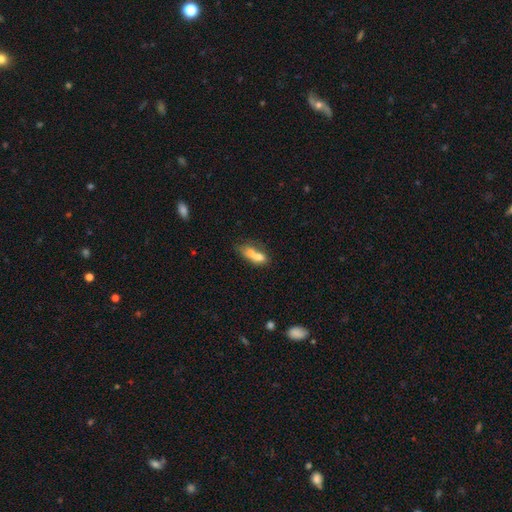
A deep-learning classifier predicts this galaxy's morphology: Smooth or featured?
  - smooth: 65% *
  - featured or disk: 26%
  - star or artifact: 9%
How rounded?
  - in between: 67% *
  - round: 20%
  - cigar-shaped: 13%
Merging?
  - merger: 64% *
  - none: 21%
  - minor disturbance: 9%
  - major disturbance: 6%